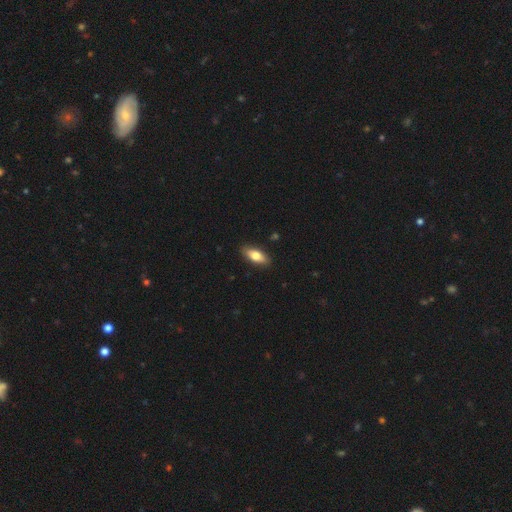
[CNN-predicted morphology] smooth-or-featured: smooth: 75% | featured or disk: 19% | star or artifact: 6%
  how-rounded: in between: 80% | cigar-shaped: 17% | round: 3%
  merging: none: 89% | minor disturbance: 8% | major disturbance: 2% | merger: 1%